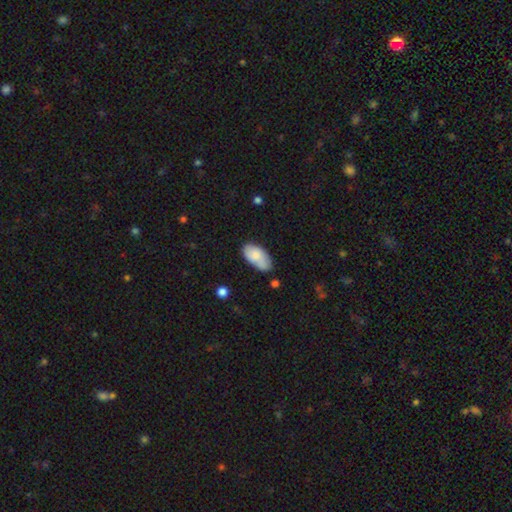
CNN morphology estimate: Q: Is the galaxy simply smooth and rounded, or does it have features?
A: smooth — 78%.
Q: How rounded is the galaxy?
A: in between — 94%.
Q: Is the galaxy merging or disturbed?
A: none — 61%.